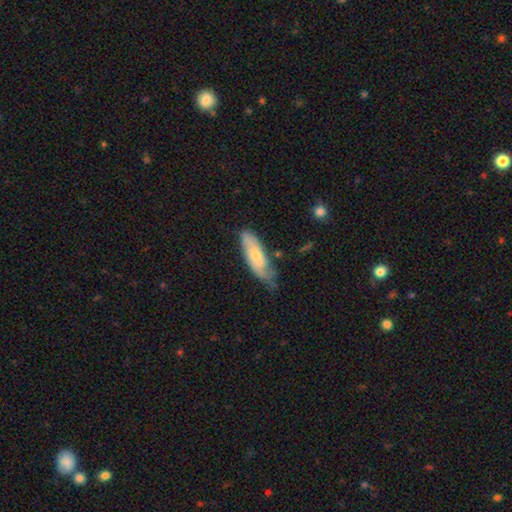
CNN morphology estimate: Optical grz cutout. It shows a smooth galaxy with no disk features (53%) that is in between round and cigar-shaped (57%). Merging: none (53%).